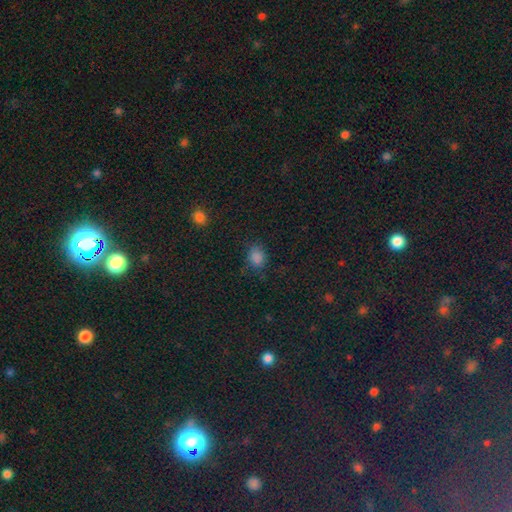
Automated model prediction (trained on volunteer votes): This is likely a smooth galaxy (78%). How rounded: possibly in between (50%). Merging: likely none (75%).